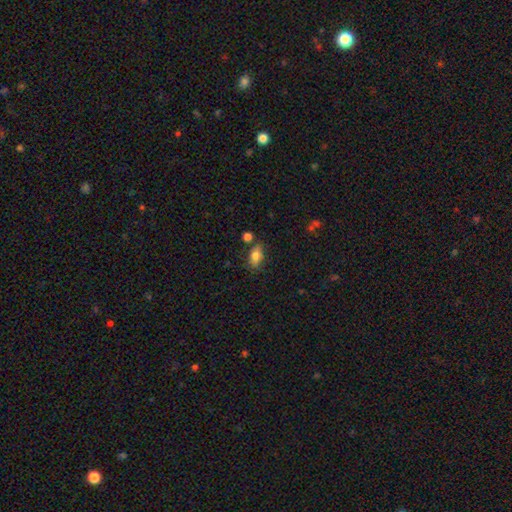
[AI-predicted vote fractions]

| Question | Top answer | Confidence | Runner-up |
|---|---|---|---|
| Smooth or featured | smooth | 78% | featured or disk (14%) |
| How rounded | in between | 84% | round (8%) |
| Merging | none | 71% | minor disturbance (17%) |